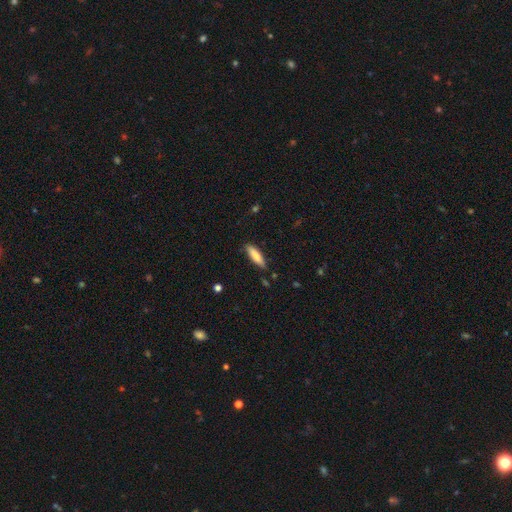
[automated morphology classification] type=smooth (81%); roundness=cigar-shaped (63%); merging=none (82%).